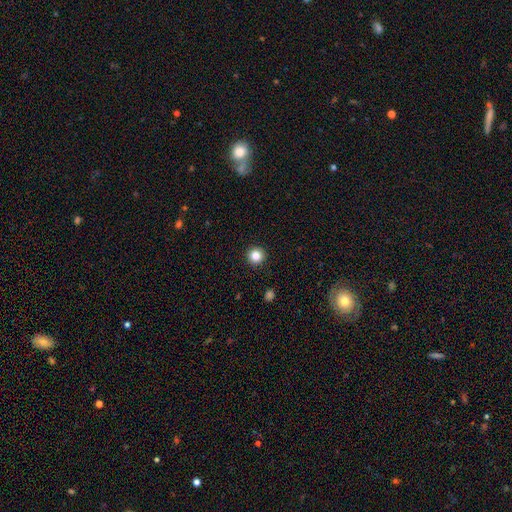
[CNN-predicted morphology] type=smooth (84%); roundness=round (96%); merging=none (93%).